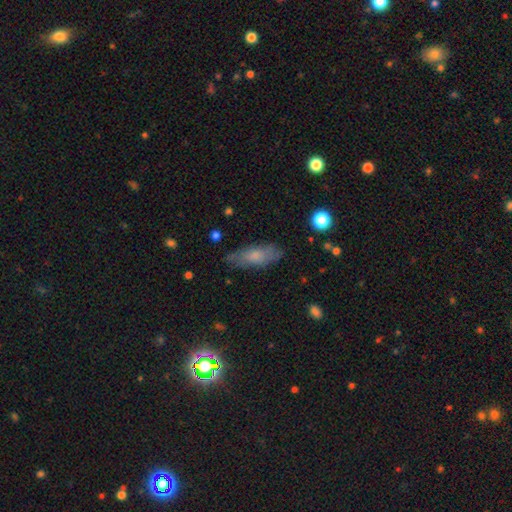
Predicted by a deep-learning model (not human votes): Morphology: type=smooth (66%); roundness=in between (66%); merging=none (75%).